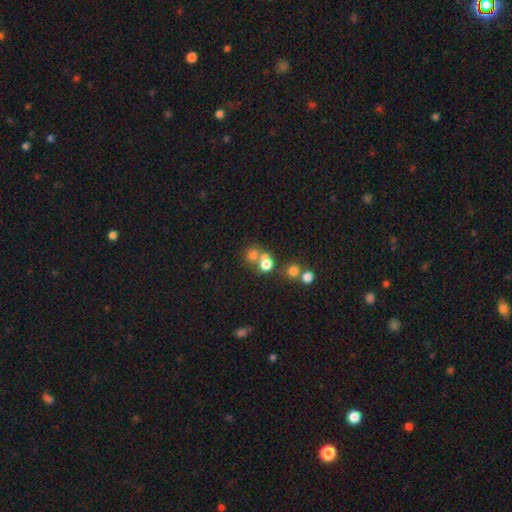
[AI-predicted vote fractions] Morphology: type=smooth (69%); roundness=round (79%); merging=none (46%).